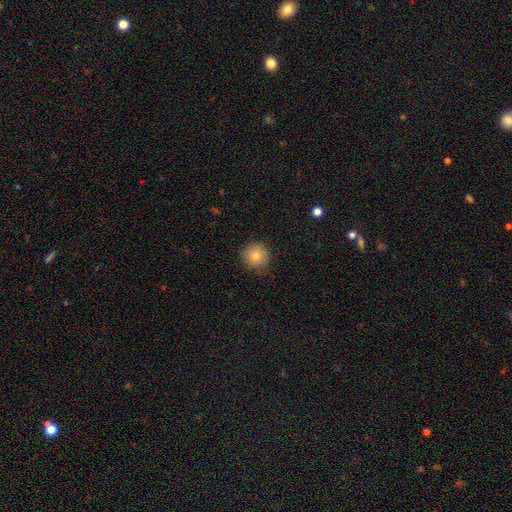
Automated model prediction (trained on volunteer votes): smooth 79%, featured or disk 11%, star or artifact 11%. Down the decision tree: how rounded — round (95%); merging — none (83%).